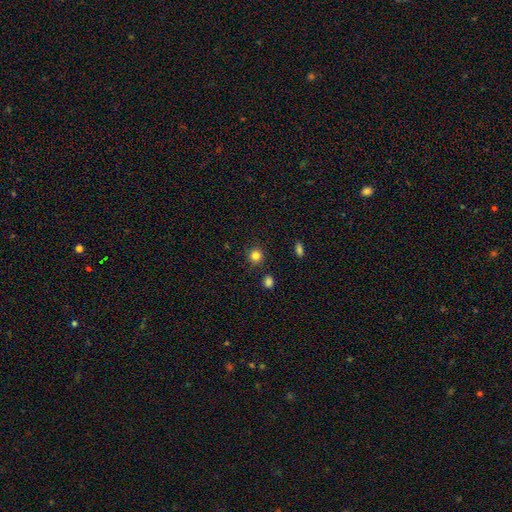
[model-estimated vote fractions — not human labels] Smooth or featured: smooth — 83% (star or artifact — 12%)
How rounded: round — 92% (in between — 7%)
Merging: none — 88% (minor disturbance — 7%)